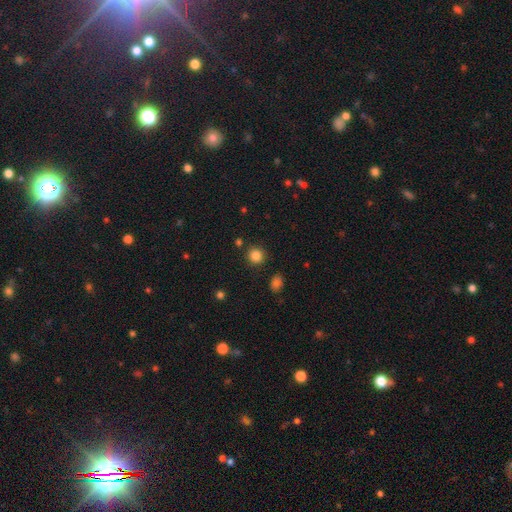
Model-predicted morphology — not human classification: Smooth or featured: smooth — 84% (star or artifact — 12%)
How rounded: round — 92% (in between — 7%)
Merging: none — 88% (minor disturbance — 6%)